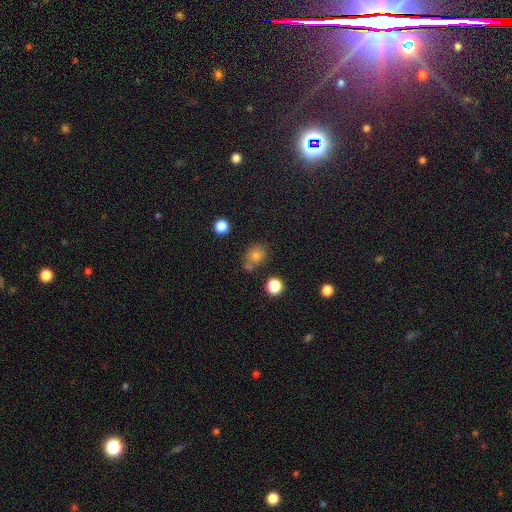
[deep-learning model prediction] This appears to be a smooth galaxy with no disk features (71%) that is round (66%). Merging: none (65%).